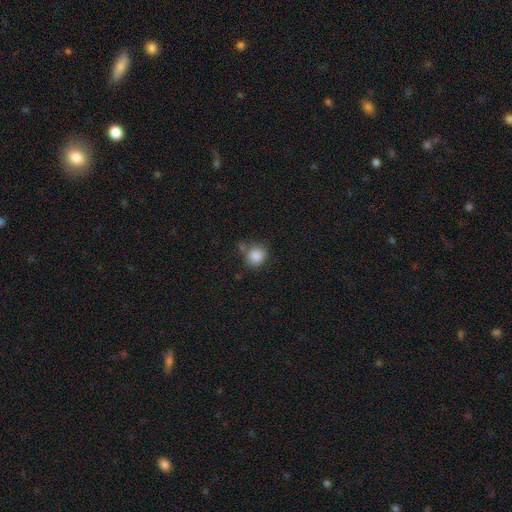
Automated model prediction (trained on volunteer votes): smooth-or-featured: smooth: 86% | star or artifact: 9% | featured or disk: 5%
  how-rounded: round: 87% | in between: 12% | cigar-shaped: 1%
  merging: none: 66% | minor disturbance: 16% | merger: 13% | major disturbance: 4%